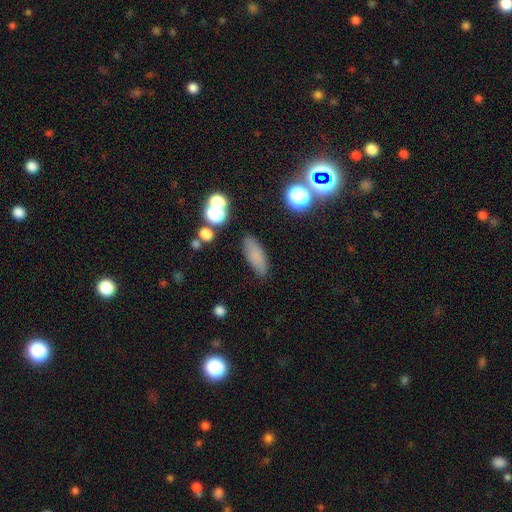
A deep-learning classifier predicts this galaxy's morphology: Smooth or featured? Predicted: smooth (p=0.78). How rounded? Predicted: in between (p=0.58). Merging? Predicted: none (p=0.83).